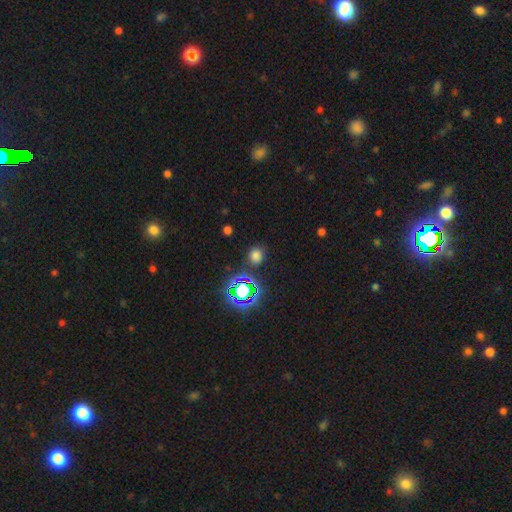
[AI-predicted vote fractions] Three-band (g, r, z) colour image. It shows a smooth galaxy with no disk features (67%) that is round (77%). Merging: none (82%).